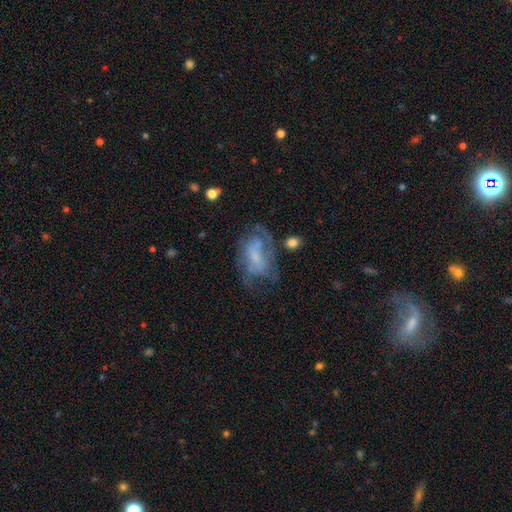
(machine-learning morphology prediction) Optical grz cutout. It shows a featured or disk galaxy (64%) with no bar (57%), spiral arms (60%) and a small central bulge (47%). Merging: none (43%).